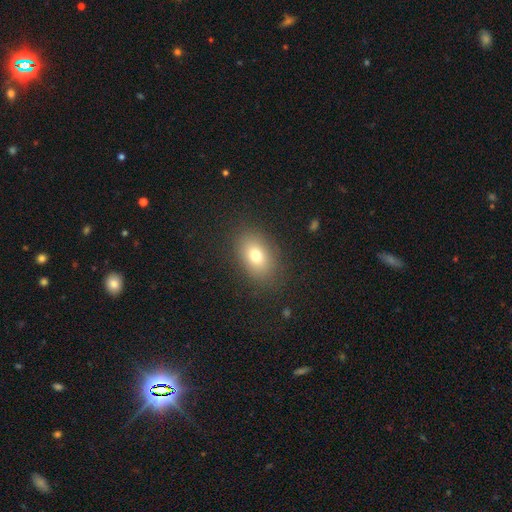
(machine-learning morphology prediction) Q: Smooth or featured?
A: smooth (75%); runner-up: featured or disk (13%)
Q: How rounded?
A: in between (79%); runner-up: round (19%)
Q: Merging?
A: none (85%); runner-up: minor disturbance (9%)